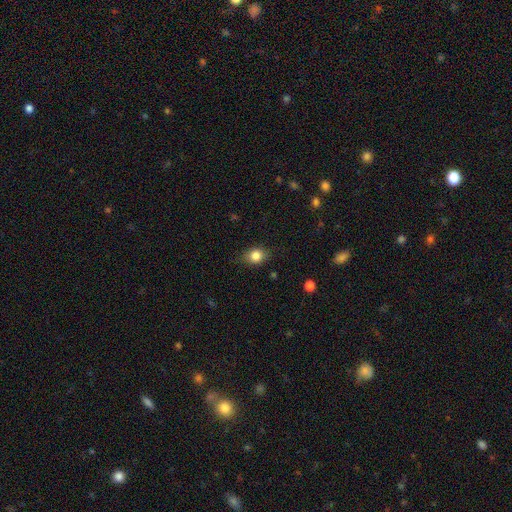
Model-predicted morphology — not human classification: This appears to be a smooth galaxy with no disk features (82%) that is in between round and cigar-shaped (53%). Merging: none (78%).